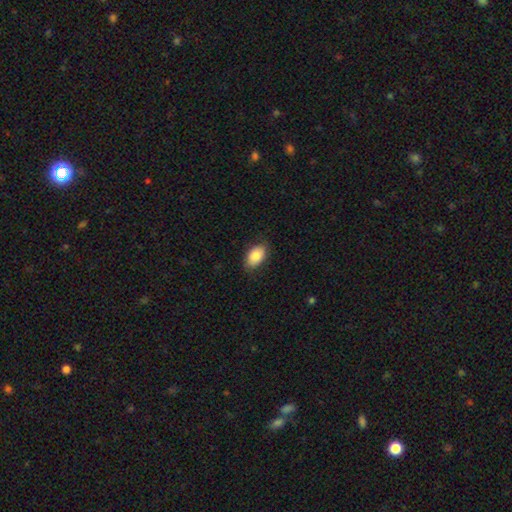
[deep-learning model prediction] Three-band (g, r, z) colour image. It shows a smooth galaxy with no disk features (85%) that is in between round and cigar-shaped (91%). Merging: none (83%).